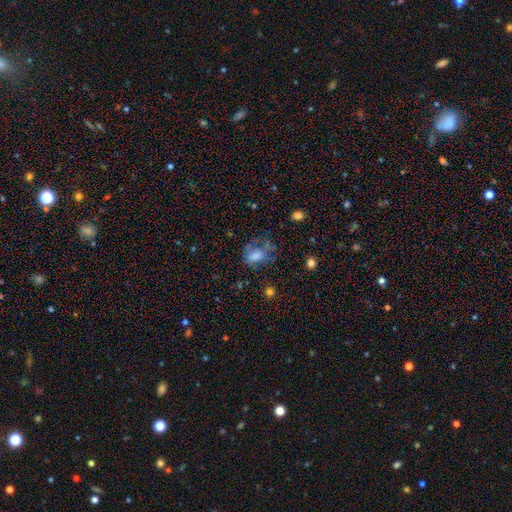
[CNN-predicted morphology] The model was most divided on "merging": none: 35%, major disturbance: 34%, minor disturbance: 24%, merger: 6%. More confident: how rounded — in between (72%); smooth or featured — smooth (60%).